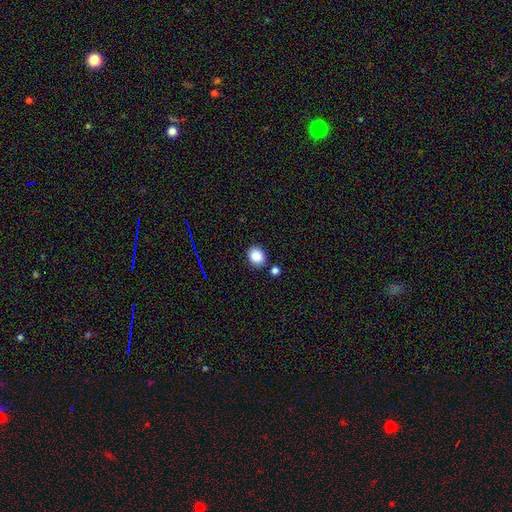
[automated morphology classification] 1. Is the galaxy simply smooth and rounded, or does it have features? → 83% smooth, 11% star or artifact, 6% featured or disk.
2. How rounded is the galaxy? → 62% round, 37% in between, 1% cigar-shaped.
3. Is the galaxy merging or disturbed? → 84% none, 9% minor disturbance, 6% merger, 2% major disturbance.